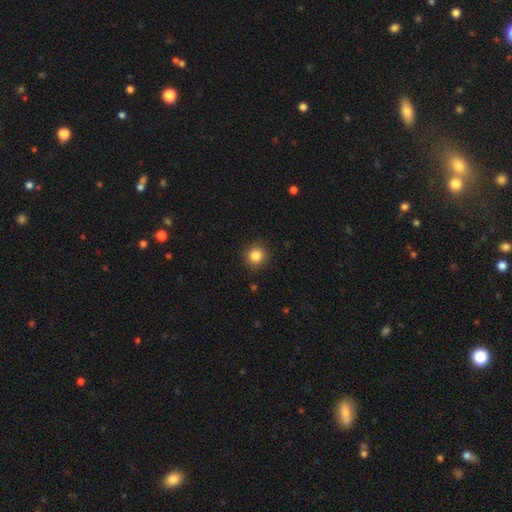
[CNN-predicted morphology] The model was most divided on "smooth or featured": smooth: 85%, star or artifact: 11%, featured or disk: 5%. More confident: how rounded — round (94%); merging — none (91%).